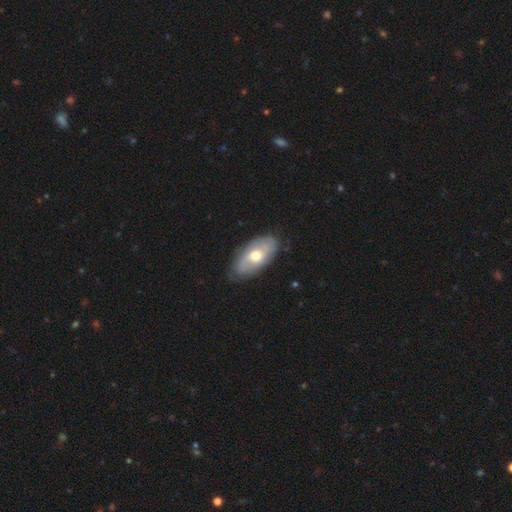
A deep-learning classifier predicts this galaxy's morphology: A smooth galaxy with no disk features (48%). Merging: none (83%).